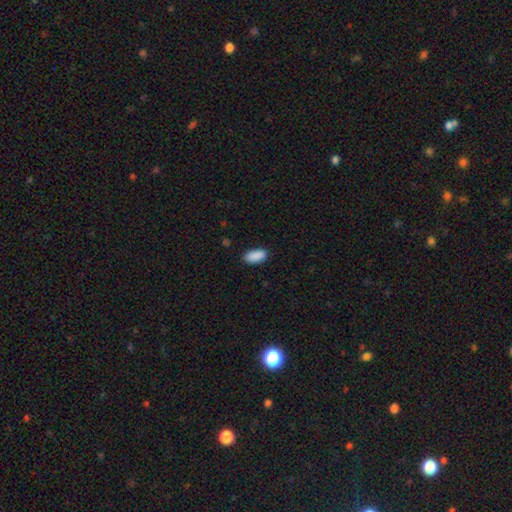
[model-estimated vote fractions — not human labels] A smooth galaxy with no disk features (91%) that is in between round and cigar-shaped (91%).

Vote fractions:
- Smooth or featured? smooth: 91% / star or artifact: 7% / featured or disk: 3%
- How rounded? in between: 91% / cigar-shaped: 6% / round: 2%
- Merging? none: 88% / minor disturbance: 9% / major disturbance: 2% / merger: 1%